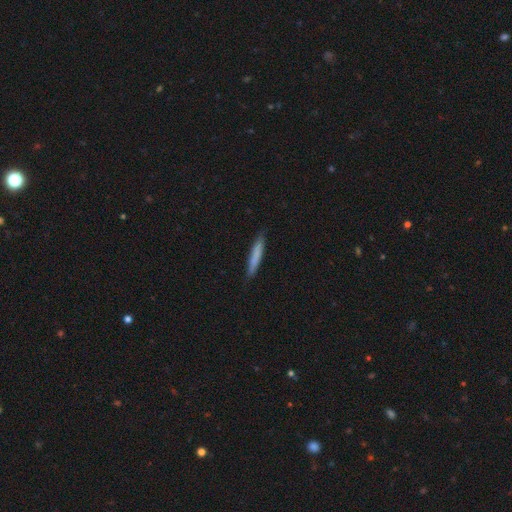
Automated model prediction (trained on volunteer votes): Morphology: type=smooth (75%); roundness=cigar-shaped (95%); merging=none (88%).